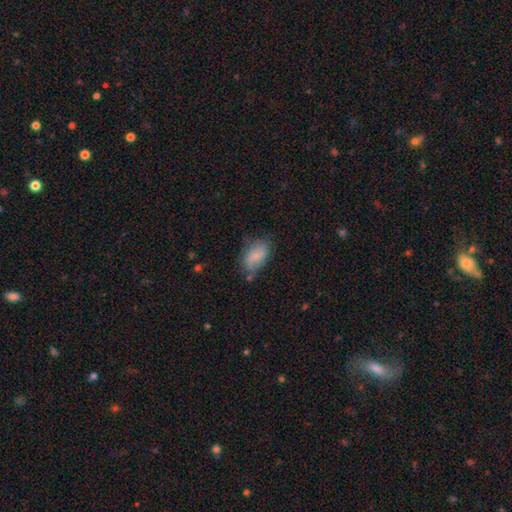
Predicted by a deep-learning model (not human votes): Smooth or featured: smooth — 79% (featured or disk — 13%)
How rounded: in between — 92% (round — 6%)
Merging: none — 59% (minor disturbance — 28%)